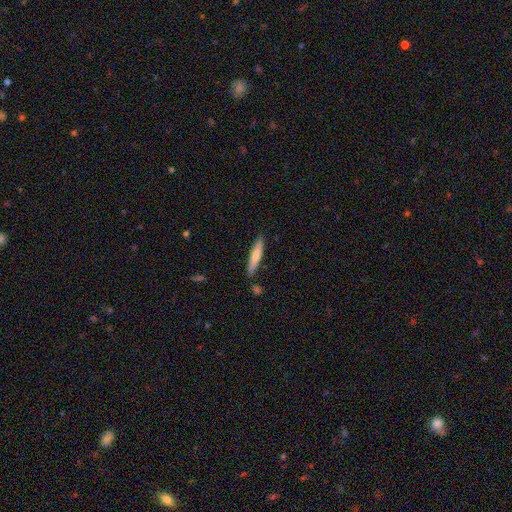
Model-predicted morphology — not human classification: smooth_or_featured: smooth (p=0.73) [alt: featured or disk p=0.22]
how_rounded: cigar-shaped (p=0.88) [alt: in between p=0.11]
merging: none (p=0.84) [alt: minor disturbance p=0.11]